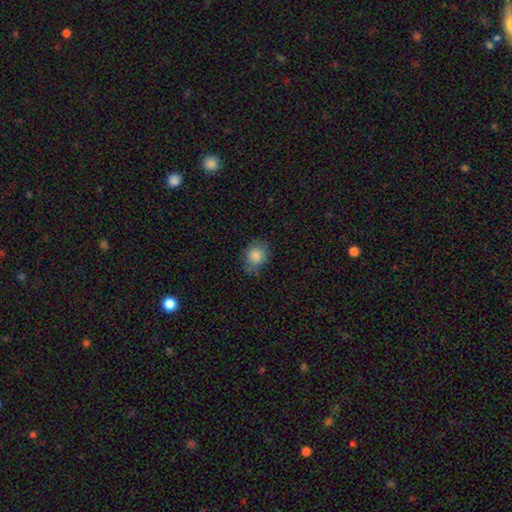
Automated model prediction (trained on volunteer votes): Morphology: type=smooth (82%); roundness=round (59%); merging=none (65%).